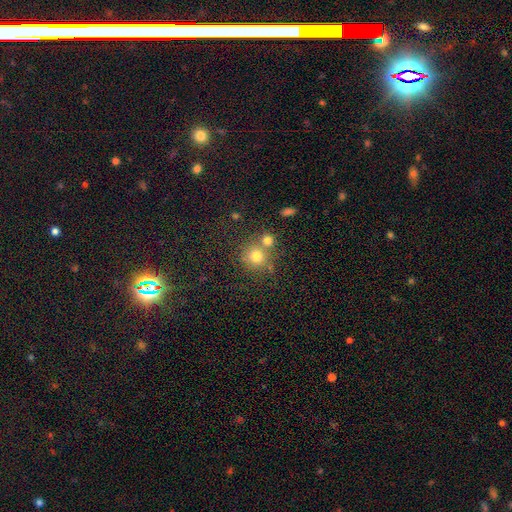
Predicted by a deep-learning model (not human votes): A smooth galaxy with no disk features (75%) that is round (89%). Merging: none (58%).